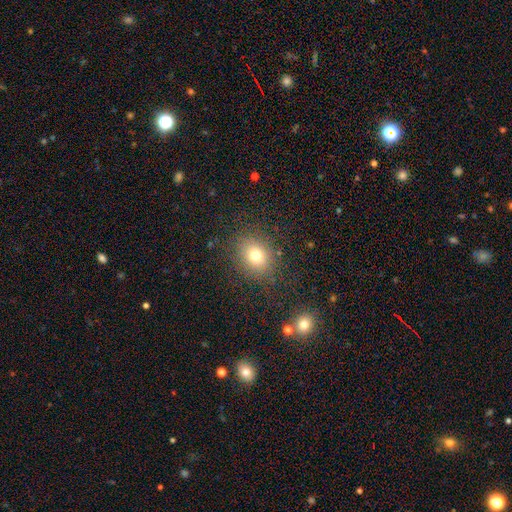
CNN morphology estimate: smooth-or-featured: smooth: 75% | star or artifact: 15% | featured or disk: 10%
  how-rounded: round: 59% | in between: 40% | cigar-shaped: 1%
  merging: none: 84% | minor disturbance: 10% | major disturbance: 5% | merger: 1%